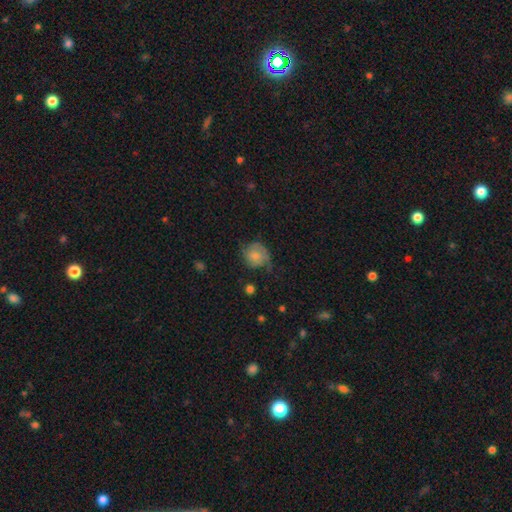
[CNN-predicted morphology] The model was most divided on "merging": none: 47%, minor disturbance: 34%, major disturbance: 18%, merger: 2%. More confident: how rounded — round (74%); smooth or featured — smooth (56%).